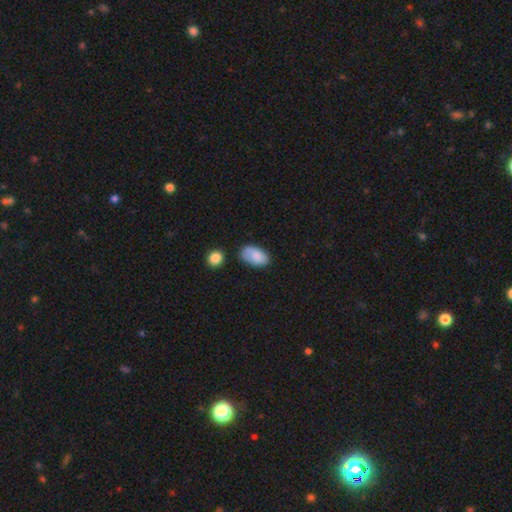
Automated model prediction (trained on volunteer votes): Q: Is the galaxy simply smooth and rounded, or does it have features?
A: smooth — 79%.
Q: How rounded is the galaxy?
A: in between — 93%.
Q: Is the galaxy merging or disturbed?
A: none — 63%.